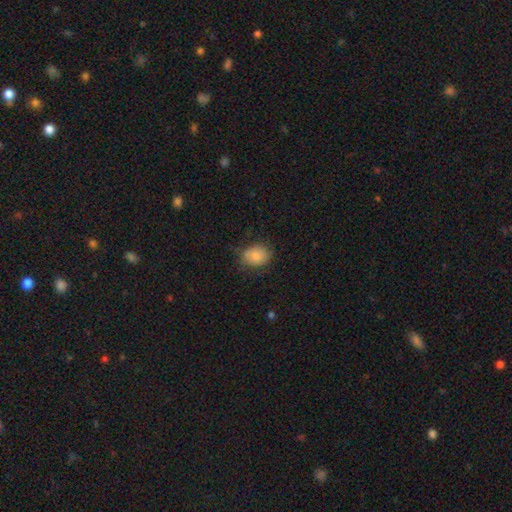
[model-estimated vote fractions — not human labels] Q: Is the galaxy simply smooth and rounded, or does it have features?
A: smooth — 80%.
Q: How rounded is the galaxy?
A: in between — 58%.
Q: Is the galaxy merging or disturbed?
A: none — 68%.